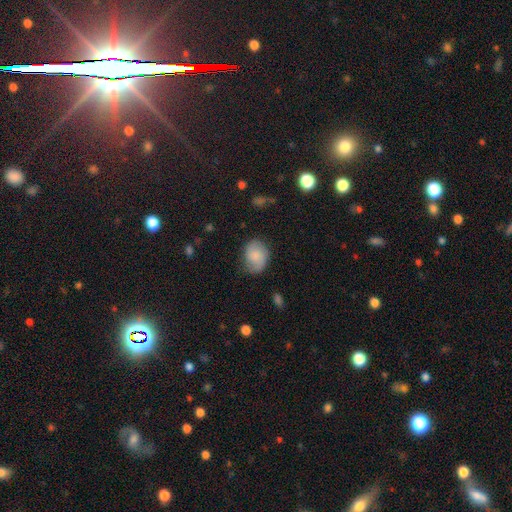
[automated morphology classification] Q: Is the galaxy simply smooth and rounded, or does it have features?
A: smooth — 63%.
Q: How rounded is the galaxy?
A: in between — 55%.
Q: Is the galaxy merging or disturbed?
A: none — 66%.